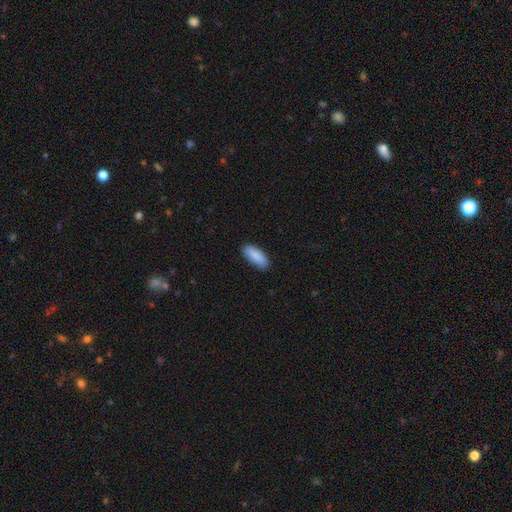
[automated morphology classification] A smooth galaxy with no disk features (89%) that is in between round and cigar-shaped (73%). Merging: none (87%).